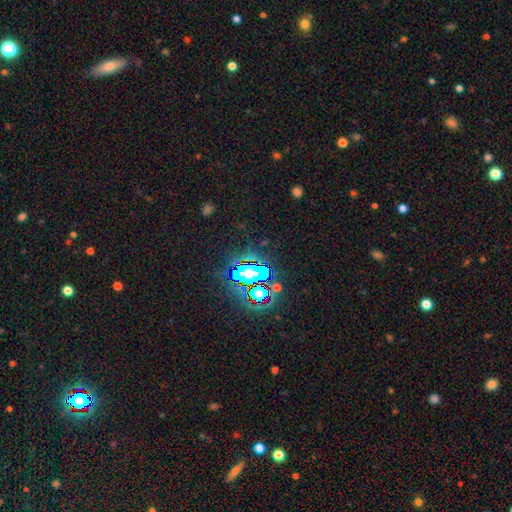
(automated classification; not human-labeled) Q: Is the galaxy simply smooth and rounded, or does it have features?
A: star or artifact — 83%.